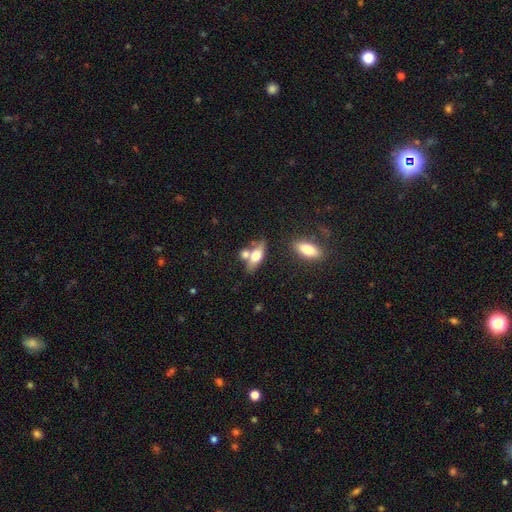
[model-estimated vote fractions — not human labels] Q: Smooth or featured?
A: smooth (59%); runner-up: featured or disk (33%)
Q: How rounded?
A: in between (68%); runner-up: cigar-shaped (26%)
Q: Merging?
A: none (49%); runner-up: merger (33%)